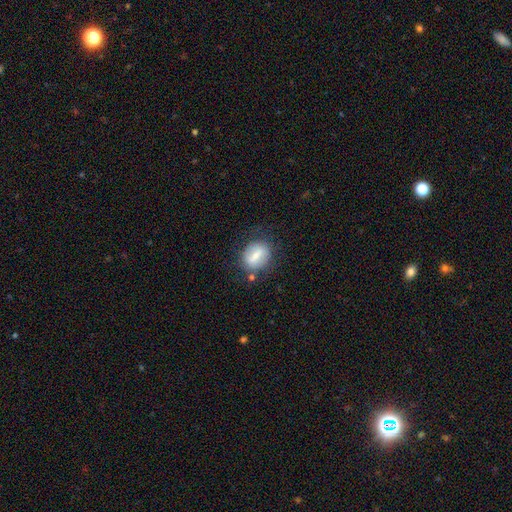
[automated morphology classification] Q: Smooth or featured?
A: smooth (62%); runner-up: featured or disk (30%)
Q: How rounded?
A: in between (54%); runner-up: round (42%)
Q: Merging?
A: none (66%); runner-up: minor disturbance (19%)